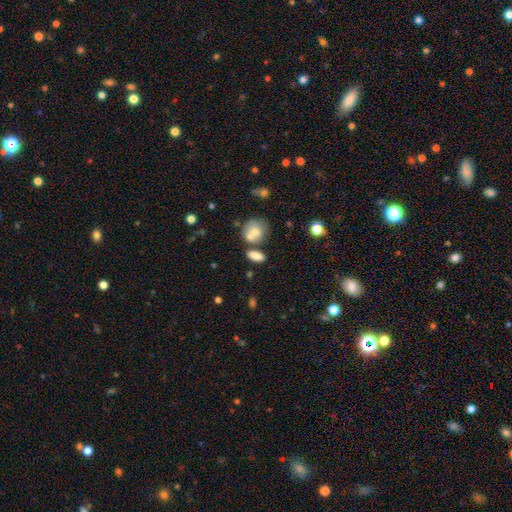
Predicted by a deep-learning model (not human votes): Smooth or featured? smooth (81%)
How rounded? in between (77%)
Merging? none (58%)